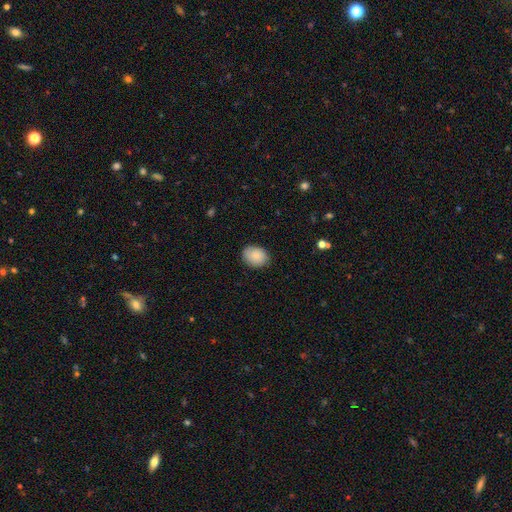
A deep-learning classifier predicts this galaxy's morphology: The model was most divided on "how rounded": in between: 68%, round: 31%, cigar-shaped: 1%. More confident: smooth or featured — smooth (86%); merging — none (85%).